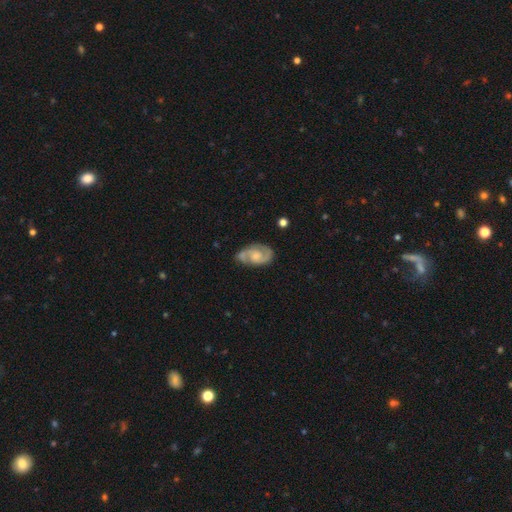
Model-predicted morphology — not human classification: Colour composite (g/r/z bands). It shows a featured or disk galaxy (82%) with no bar (60%), 2 (89%) medium (50%) spiral arms (95%) and a moderate central bulge (37%). Merging: none (72%).